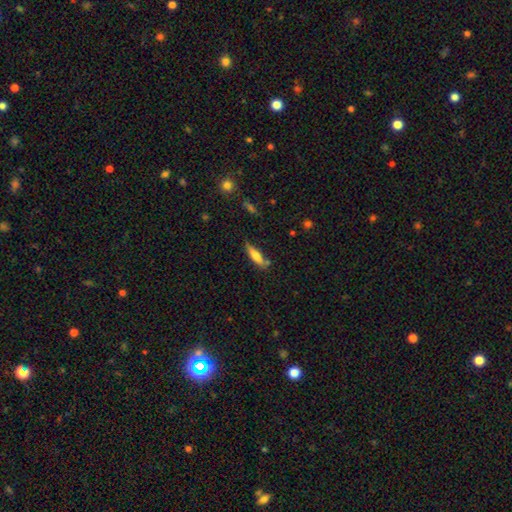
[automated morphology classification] Overall: smooth (71%). How rounded: cigar-shaped (61%; in between 37%). Merging: none (68%).